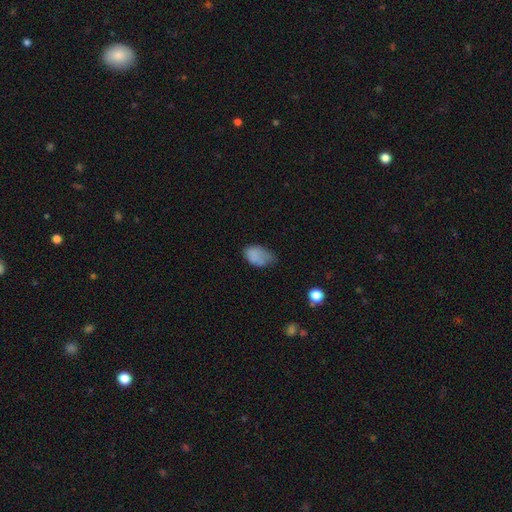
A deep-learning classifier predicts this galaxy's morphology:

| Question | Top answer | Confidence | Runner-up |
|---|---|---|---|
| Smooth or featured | smooth | 79% | featured or disk (11%) |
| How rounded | in between | 90% | round (9%) |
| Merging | minor disturbance | 41% | none (35%) |